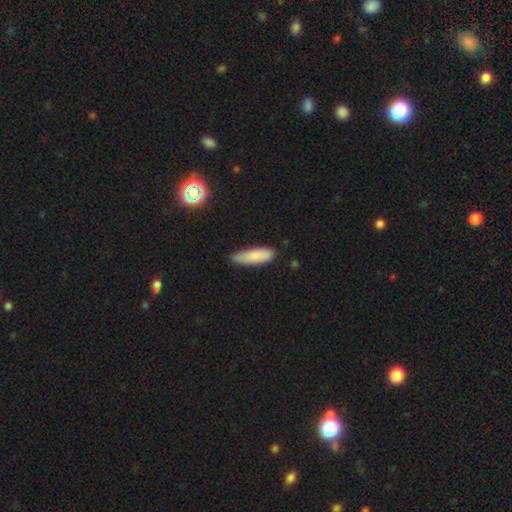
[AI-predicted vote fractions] A smooth galaxy with no disk features (85%) that is cigar-shaped (59%). Merging: none (75%).